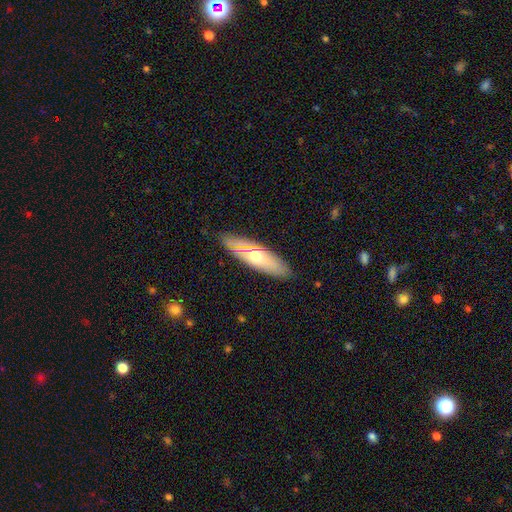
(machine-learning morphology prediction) smooth 53%, featured or disk 40%, star or artifact 6%. Down the decision tree: how rounded — cigar-shaped (55%); merging — none (85%).